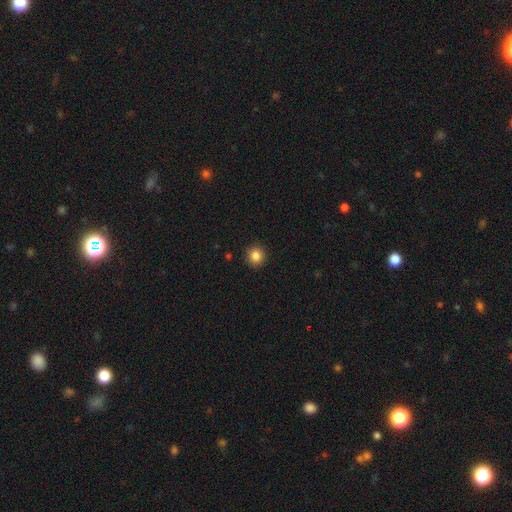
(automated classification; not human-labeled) This appears to be a smooth galaxy with no disk features (85%) that is round (91%). Merging: none (92%).